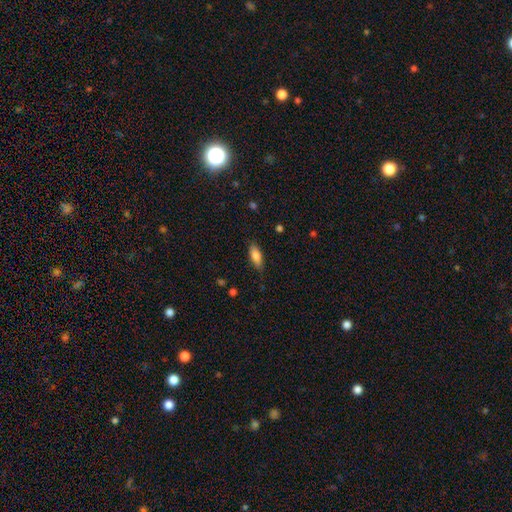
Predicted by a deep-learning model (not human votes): Smooth or featured? smooth (82%)
How rounded? in between (70%)
Merging? none (78%)